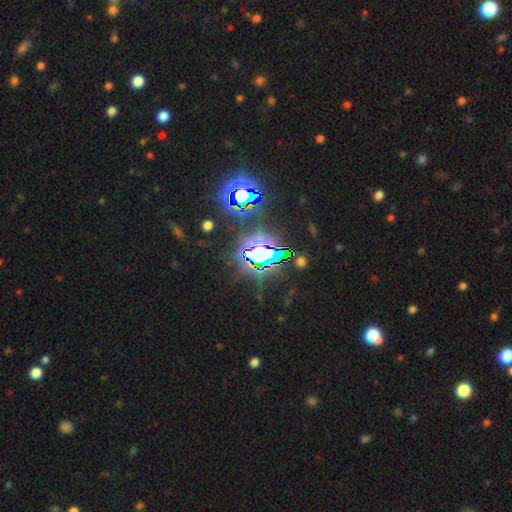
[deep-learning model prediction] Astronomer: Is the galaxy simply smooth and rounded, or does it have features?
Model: star or artifact — 76%.